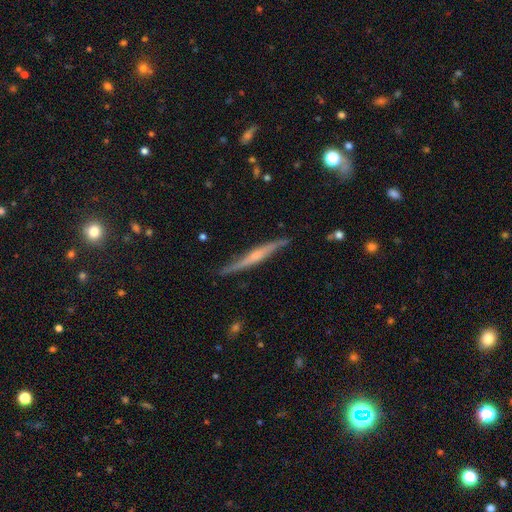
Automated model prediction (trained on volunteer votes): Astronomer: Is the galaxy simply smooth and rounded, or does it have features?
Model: featured or disk — 69%.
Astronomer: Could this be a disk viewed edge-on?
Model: yes — 95%.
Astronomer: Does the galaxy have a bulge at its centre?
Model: rounded — 58%.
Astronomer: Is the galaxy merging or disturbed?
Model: none — 83%.